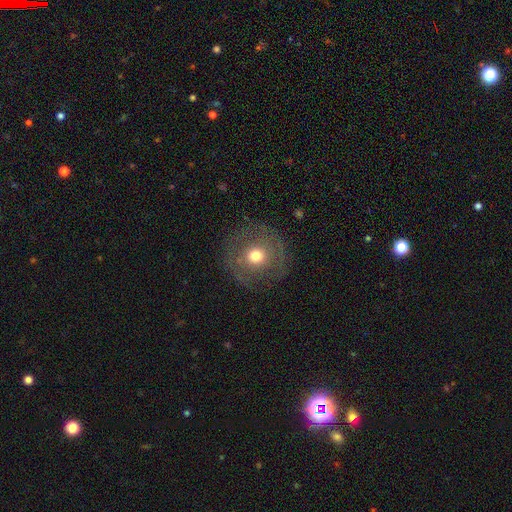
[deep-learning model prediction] Smooth or featured? smooth (56%)
How rounded? round (91%)
Merging? none (82%)